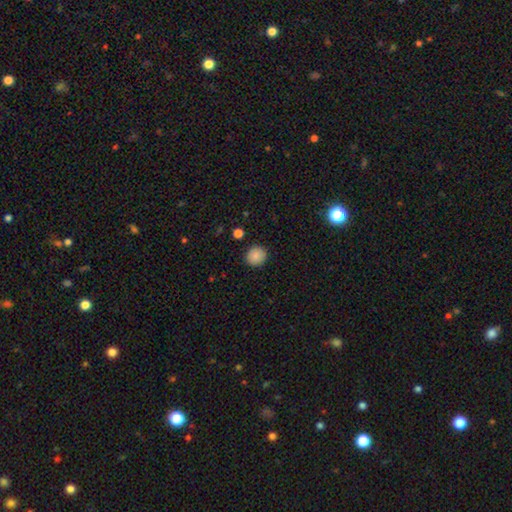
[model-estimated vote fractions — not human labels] smooth 87%, star or artifact 9%, featured or disk 5%. Down the decision tree: how rounded — round (92%); merging — none (91%).